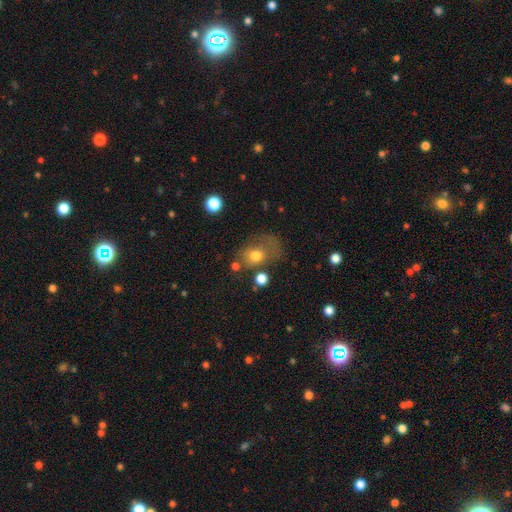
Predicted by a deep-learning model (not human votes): smooth 72%, featured or disk 16%, star or artifact 12%. Down the decision tree: how rounded — in between (63%); merging — none (38%).